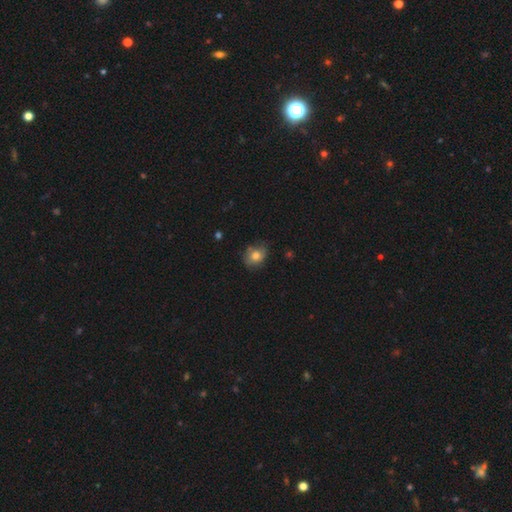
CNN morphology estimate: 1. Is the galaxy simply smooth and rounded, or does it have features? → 77% smooth, 14% featured or disk, 10% star or artifact.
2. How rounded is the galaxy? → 55% round, 44% in between, 1% cigar-shaped.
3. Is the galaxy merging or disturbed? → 69% none, 25% minor disturbance, 5% major disturbance, 2% merger.